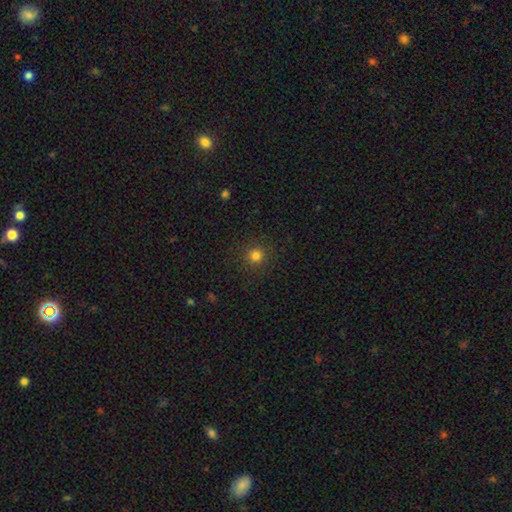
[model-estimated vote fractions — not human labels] Smooth or featured? smooth (80%)
How rounded? round (95%)
Merging? none (90%)